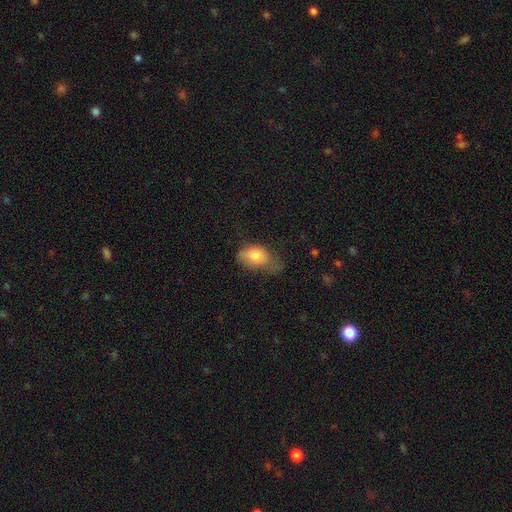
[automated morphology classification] A smooth galaxy with no disk features (77%) that is in between round and cigar-shaped (86%). Merging: minor disturbance (40%).